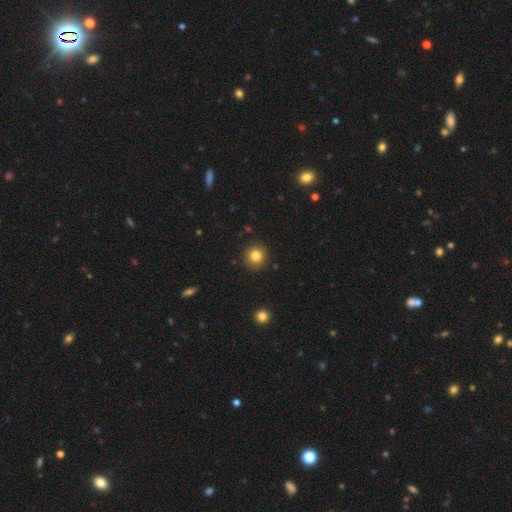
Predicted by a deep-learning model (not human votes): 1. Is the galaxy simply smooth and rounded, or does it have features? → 82% smooth, 11% star or artifact, 7% featured or disk.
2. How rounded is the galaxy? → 92% round, 7% in between, 1% cigar-shaped.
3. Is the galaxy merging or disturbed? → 90% none, 6% minor disturbance, 2% major disturbance, 1% merger.